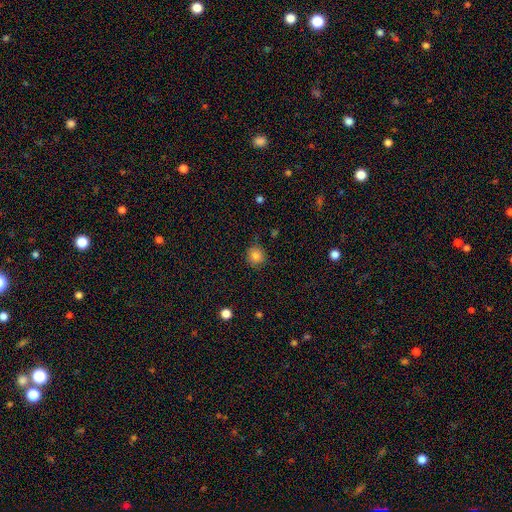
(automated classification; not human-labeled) A smooth galaxy with no disk features (83%) that is round (90%). Merging: none (86%).